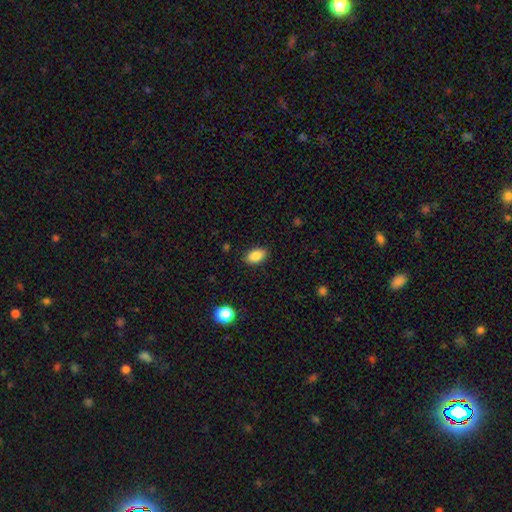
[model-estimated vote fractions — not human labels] Smooth or featured? Predicted: smooth (p=0.86). How rounded? Predicted: in between (p=0.90). Merging? Predicted: none (p=0.88).